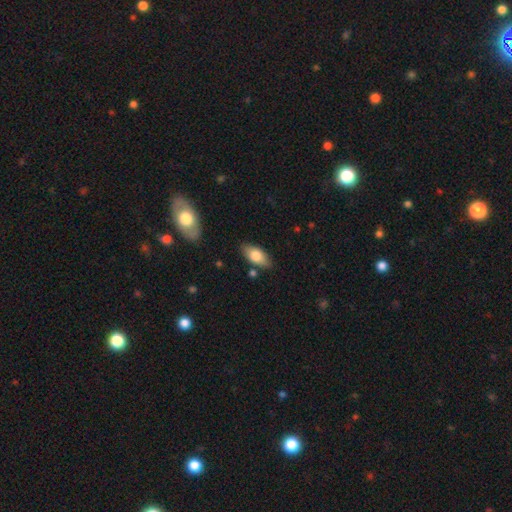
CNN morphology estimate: A smooth galaxy with no disk features (76%) that is in between round and cigar-shaped (88%).

Vote fractions:
- Smooth or featured? smooth: 76% / featured or disk: 18% / star or artifact: 6%
- How rounded? in between: 88% / cigar-shaped: 9% / round: 3%
- Merging? none: 82% / minor disturbance: 12% / merger: 3% / major disturbance: 2%